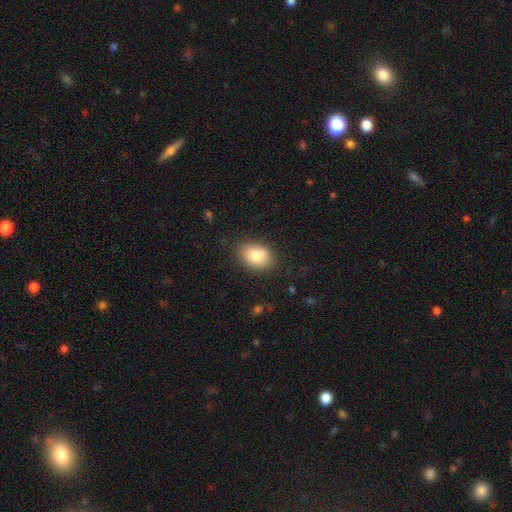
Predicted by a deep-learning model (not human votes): smooth_or_featured: smooth (p=0.83) [alt: featured or disk p=0.09]
how_rounded: in between (p=0.75) [alt: round p=0.24]
merging: none (p=0.82) [alt: minor disturbance p=0.14]